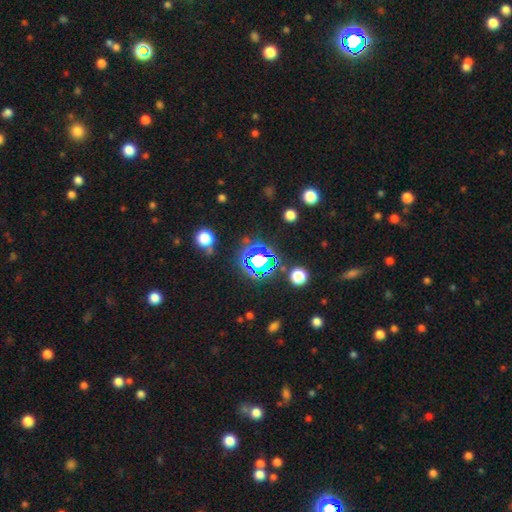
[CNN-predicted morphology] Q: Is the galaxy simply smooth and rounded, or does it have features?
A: star or artifact — 73%.